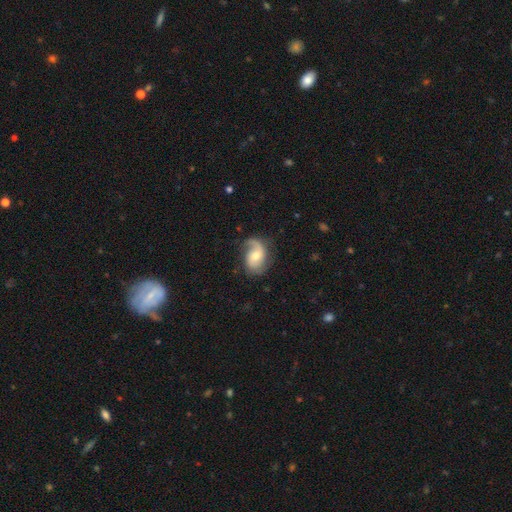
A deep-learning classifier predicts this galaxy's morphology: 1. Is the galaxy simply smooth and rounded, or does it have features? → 75% featured or disk, 18% smooth, 6% star or artifact.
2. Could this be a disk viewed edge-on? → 97% no, 3% yes.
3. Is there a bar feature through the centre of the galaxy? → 55% no, 38% weak, 7% strong.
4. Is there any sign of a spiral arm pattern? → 94% yes, 6% no.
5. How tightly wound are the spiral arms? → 44% loose, 41% medium, 15% tight.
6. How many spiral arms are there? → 60% 2, 33% 1, 4% can't tell, 1% 3, 1% 4, 1% more than 4.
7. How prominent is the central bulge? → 57% moderate, 29% small, 8% large, 4% none, 1% dominant.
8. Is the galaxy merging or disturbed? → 63% none, 22% minor disturbance, 13% major disturbance, 2% merger.